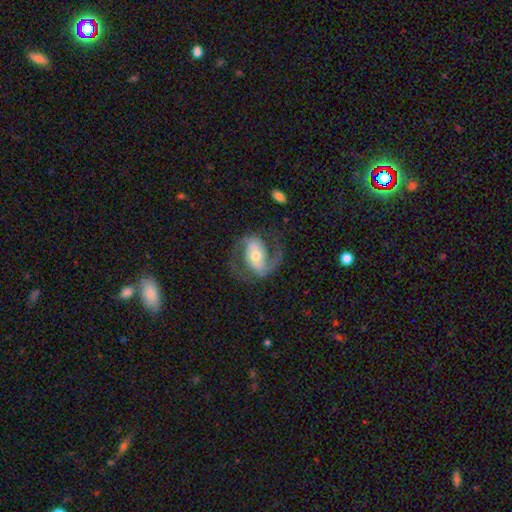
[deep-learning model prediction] Q: Smooth or featured?
A: featured or disk (83%); runner-up: smooth (12%)
Q: Edge-on disk?
A: no (97%); runner-up: yes (3%)
Q: Bar?
A: strong (37%); runner-up: weak (35%)
Q: Spiral arms?
A: yes (93%); runner-up: no (7%)
Q: Spiral winding?
A: medium (53%); runner-up: loose (29%)
Q: Spiral arm count?
A: 2 (88%); runner-up: 1 (5%)
Q: Bulge size?
A: moderate (59%); runner-up: small (31%)
Q: Merging?
A: none (70%); runner-up: minor disturbance (14%)